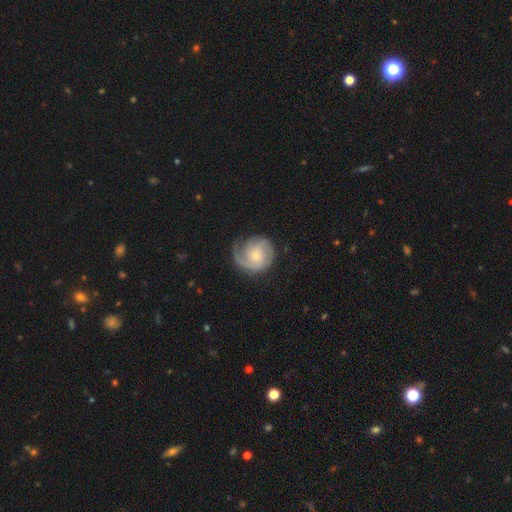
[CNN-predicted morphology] featured or disk 75%, smooth 20%, star or artifact 5%. Down the decision tree: edge-on disk — no (98%); bar — no (71%); spiral arms — yes (95%); spiral arm count — 1 (46%); spiral winding — tight (53%); bulge size — moderate (43%, tied with small); merging — none (66%).